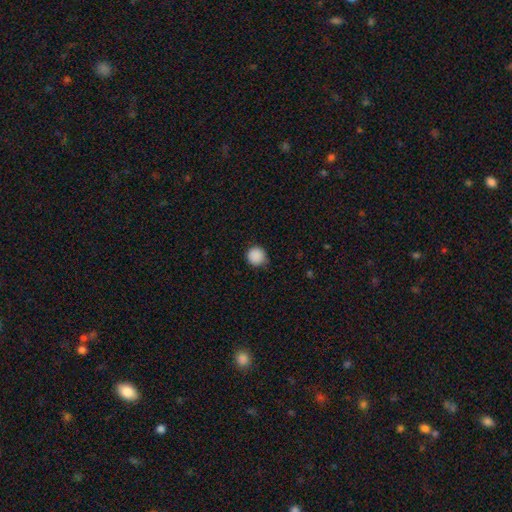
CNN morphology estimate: A smooth galaxy with no disk features (88%) that is round (92%). Merging: none (81%).